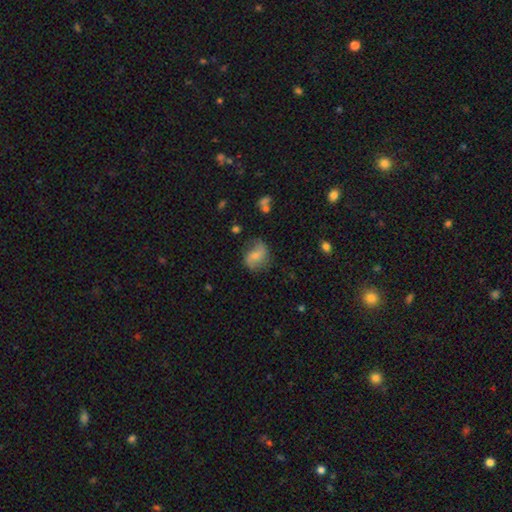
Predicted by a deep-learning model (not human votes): The model was most divided on "bar": no: 51%, weak: 37%, strong: 12%. More confident: edge-on disk — no (97%); spiral arms — yes (87%); merging — none (69%); bulge size — small (58%); smooth or featured — featured or disk (55%).